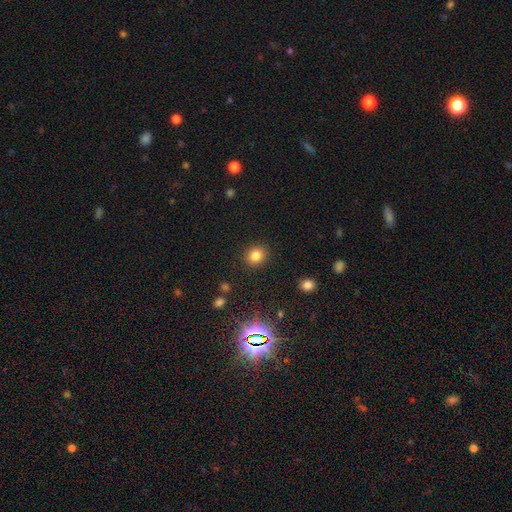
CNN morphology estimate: smooth_or_featured: smooth (p=0.81) [alt: star or artifact p=0.13]
how_rounded: round (p=0.73) [alt: in between p=0.26]
merging: none (p=0.89) [alt: minor disturbance p=0.07]